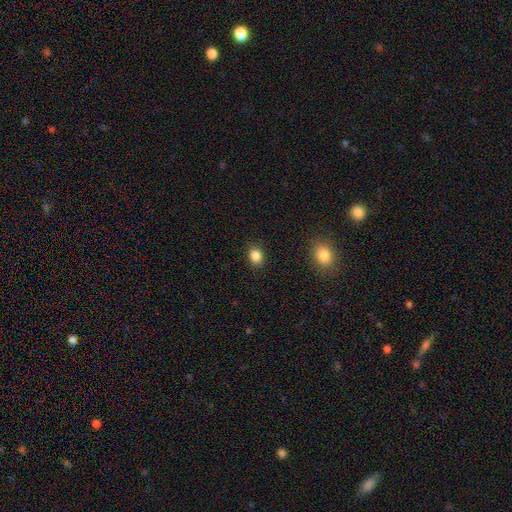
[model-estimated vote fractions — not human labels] A smooth galaxy with no disk features (86%) that is in between round and cigar-shaped (59%). Merging: none (89%).